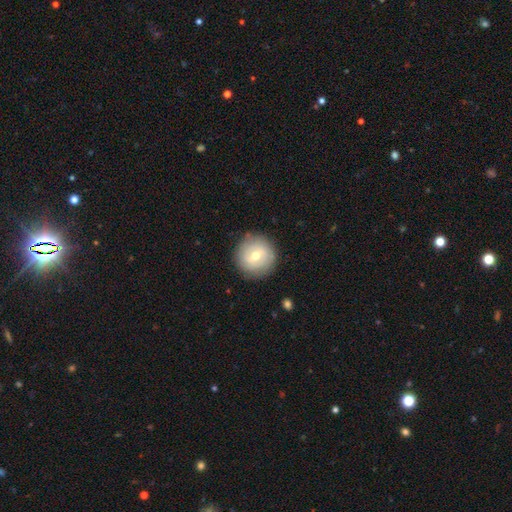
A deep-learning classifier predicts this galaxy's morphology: This appears to be a smooth galaxy with no disk features (53%) that is round (94%). Merging: none (87%).